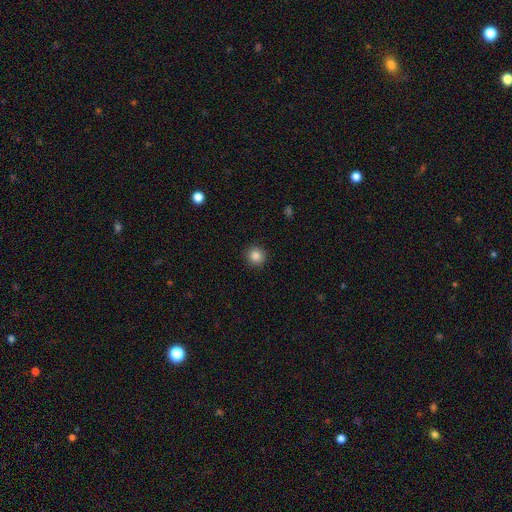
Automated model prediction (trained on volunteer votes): This appears to be a smooth galaxy with no disk features (86%) that is round (93%). Merging: none (92%).